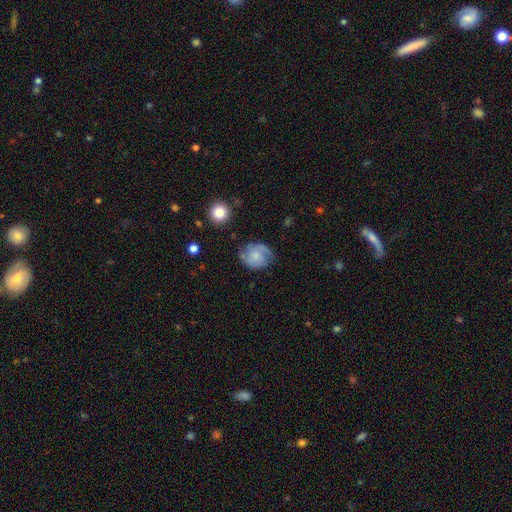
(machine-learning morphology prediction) Smooth or featured? featured or disk (50%)
Edge-on disk? no (97%)
Merging? none (65%)